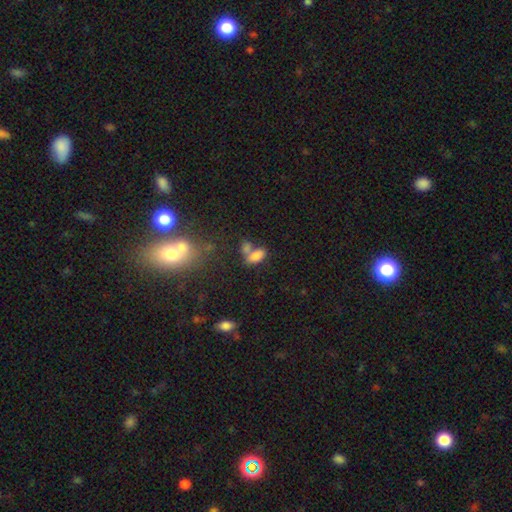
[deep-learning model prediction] A smooth galaxy with no disk features (79%) that is in between round and cigar-shaped (89%).

Vote fractions:
- Smooth or featured? smooth: 79% / star or artifact: 12% / featured or disk: 9%
- How rounded? in between: 89% / round: 6% / cigar-shaped: 5%
- Merging? merger: 44% / none: 38% / minor disturbance: 12% / major disturbance: 6%